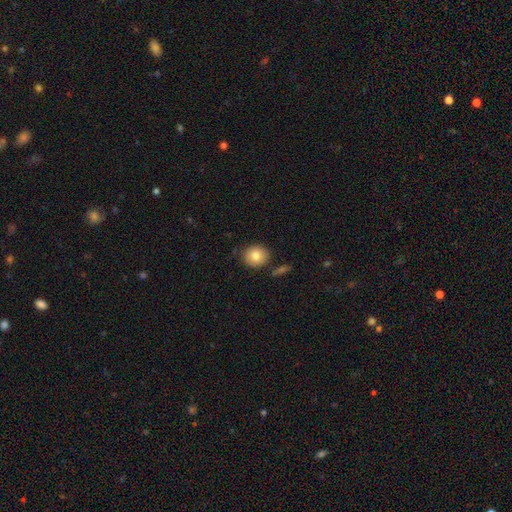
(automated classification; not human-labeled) A smooth galaxy with no disk features (81%) that is round (80%). Merging: none (83%).